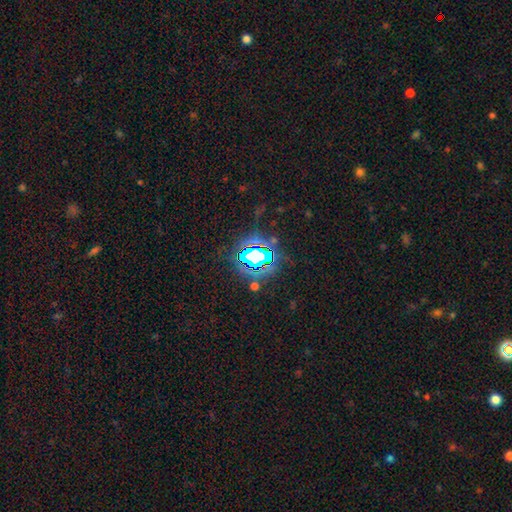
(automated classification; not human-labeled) The model was most divided on "smooth or featured": star or artifact: 70%, smooth: 18%, featured or disk: 12%.